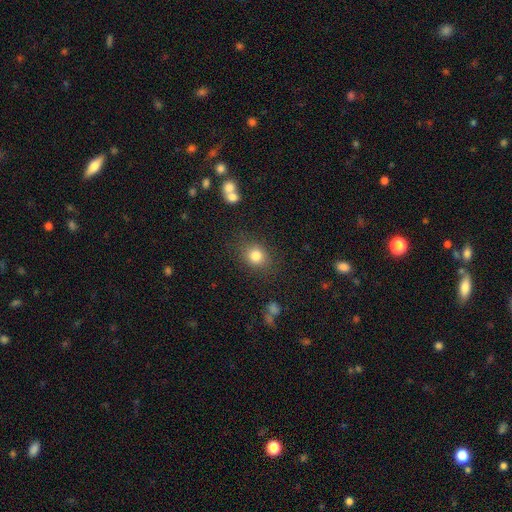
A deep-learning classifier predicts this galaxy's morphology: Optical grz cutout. It shows a smooth galaxy with no disk features (81%) that is round (65%). Merging: none (80%).